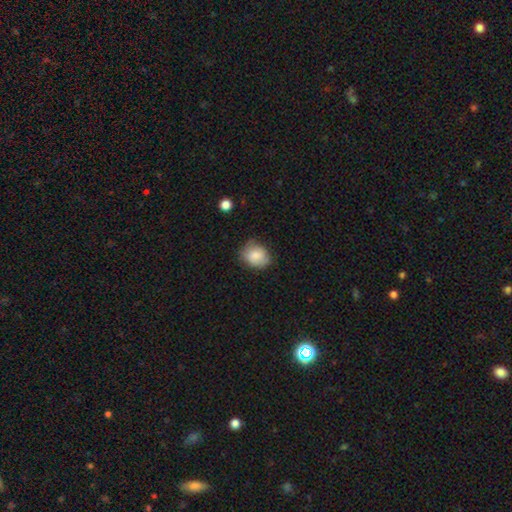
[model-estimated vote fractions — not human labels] Smooth or featured? Predicted: smooth (p=0.81). How rounded? Predicted: round (p=0.59). Merging? Predicted: none (p=0.65).